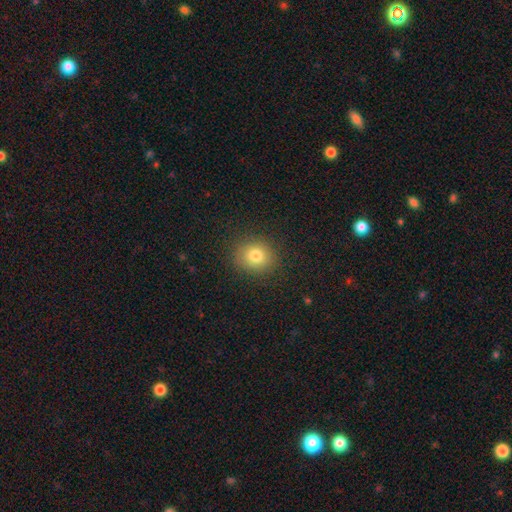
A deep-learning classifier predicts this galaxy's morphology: A smooth galaxy with no disk features (80%) that is round (77%).

Vote fractions:
- Smooth or featured? smooth: 80% / star or artifact: 12% / featured or disk: 8%
- How rounded? round: 77% / in between: 22% / cigar-shaped: 1%
- Merging? none: 88% / minor disturbance: 8% / major disturbance: 3% / merger: 1%